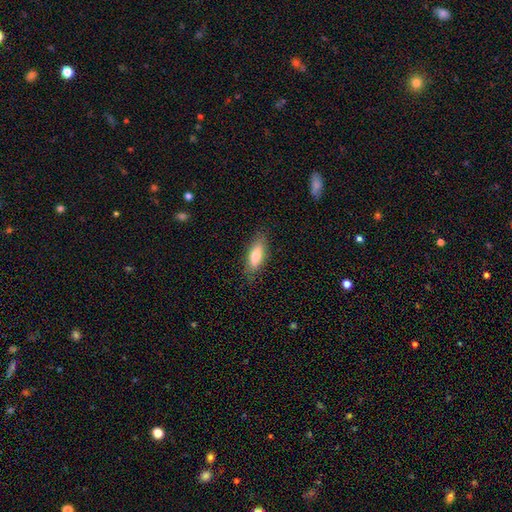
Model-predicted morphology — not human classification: The model was most divided on "how rounded": in between: 62%, cigar-shaped: 36%, round: 2%. More confident: merging — none (83%); smooth or featured — smooth (75%).